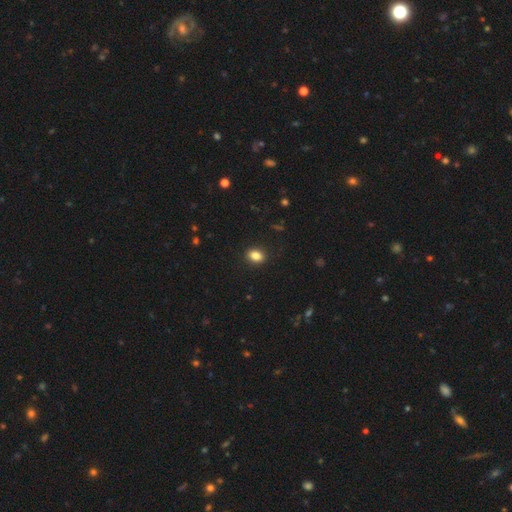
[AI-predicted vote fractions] A smooth galaxy with no disk features (85%) that is in between round and cigar-shaped (70%).

Vote fractions:
- Smooth or featured? smooth: 85% / star or artifact: 10% / featured or disk: 5%
- How rounded? in between: 70% / round: 29% / cigar-shaped: 1%
- Merging? none: 89% / minor disturbance: 8% / major disturbance: 2% / merger: 1%